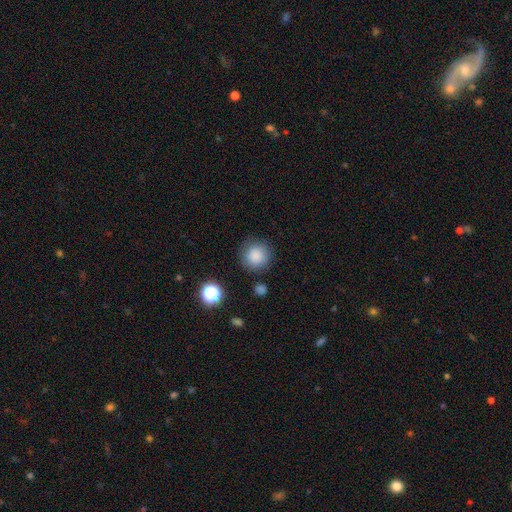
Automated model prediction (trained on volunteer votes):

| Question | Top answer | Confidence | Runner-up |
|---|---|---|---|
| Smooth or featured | smooth | 85% | star or artifact (10%) |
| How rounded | round | 94% | in between (5%) |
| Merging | none | 83% | minor disturbance (11%) |